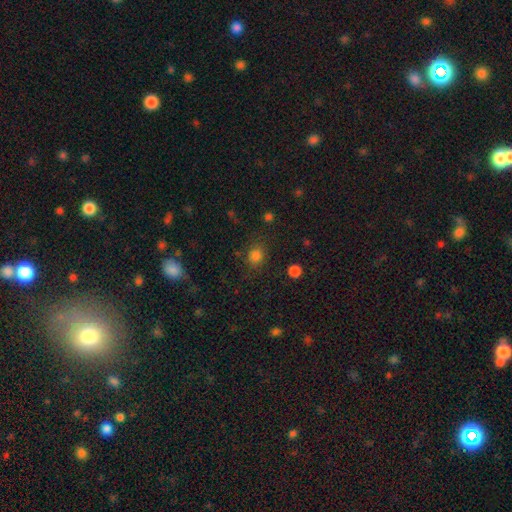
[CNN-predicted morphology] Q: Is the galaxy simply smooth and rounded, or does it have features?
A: smooth — 81%.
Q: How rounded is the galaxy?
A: round — 76%.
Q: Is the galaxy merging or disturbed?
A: none — 81%.